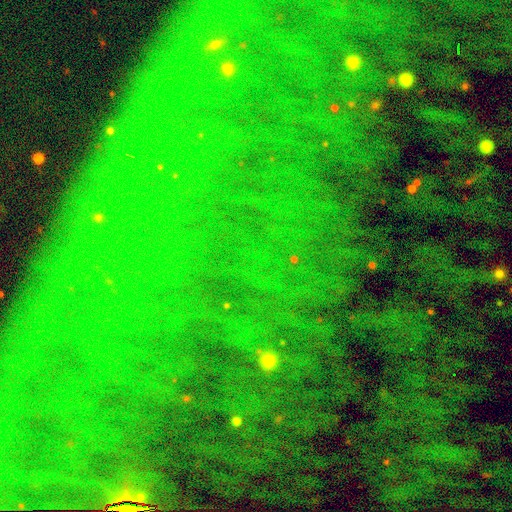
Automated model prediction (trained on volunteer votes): This appears to be a star or artifact, not a galaxy (86%).